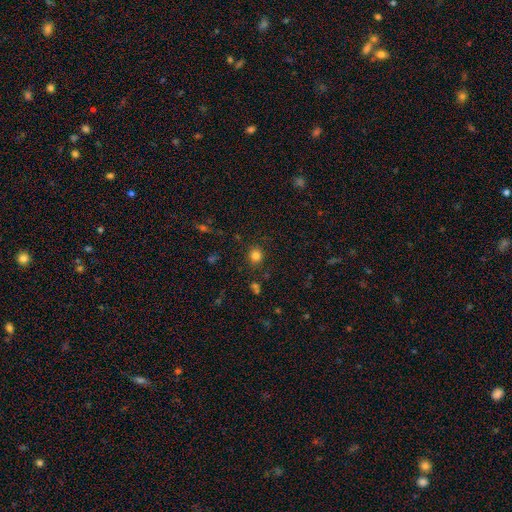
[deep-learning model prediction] Smooth or featured?
  - smooth: 81% *
  - star or artifact: 14%
  - featured or disk: 5%
How rounded?
  - round: 83% *
  - in between: 16%
  - cigar-shaped: 1%
Merging?
  - none: 87% *
  - minor disturbance: 8%
  - major disturbance: 3%
  - merger: 2%